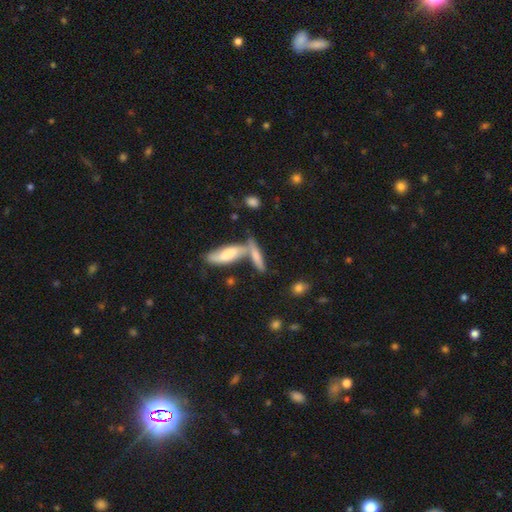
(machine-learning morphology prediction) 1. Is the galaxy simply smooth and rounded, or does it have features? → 61% smooth, 31% featured or disk, 8% star or artifact.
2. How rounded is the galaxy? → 67% cigar-shaped, 29% in between, 3% round.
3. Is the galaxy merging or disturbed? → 45% merger, 40% none, 10% minor disturbance, 4% major disturbance.